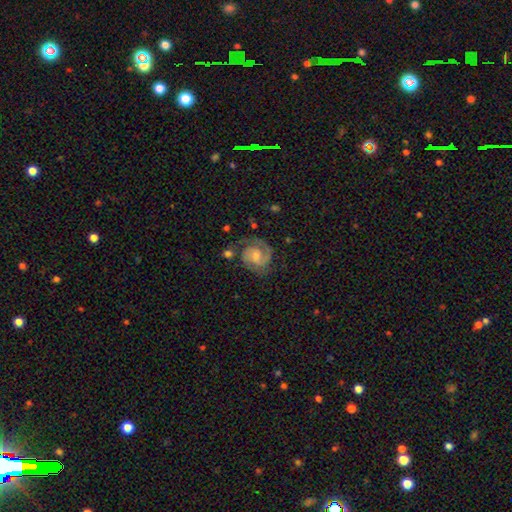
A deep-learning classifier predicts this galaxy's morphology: Overall: featured or disk (85%). Edge-on disk: no (98%). Bar: no (49%; weak 42%). Spiral arms: yes (97%). Spiral arm count: 2 (81%). Spiral winding: tight (52%; medium 41%). Bulge size: moderate (47%; small 41%). Merging: none (73%).